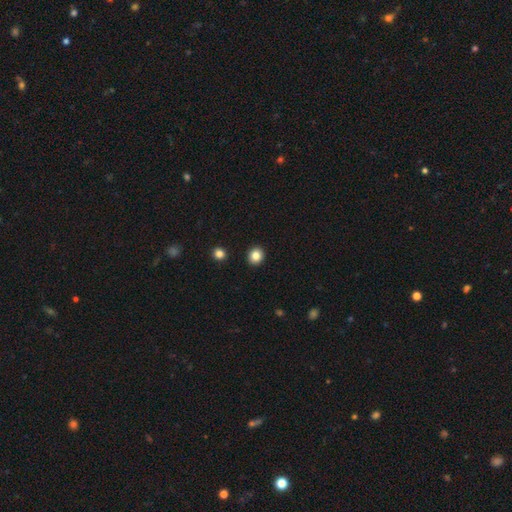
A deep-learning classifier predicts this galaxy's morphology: type=smooth (84%); roundness=round (83%); merging=none (93%).